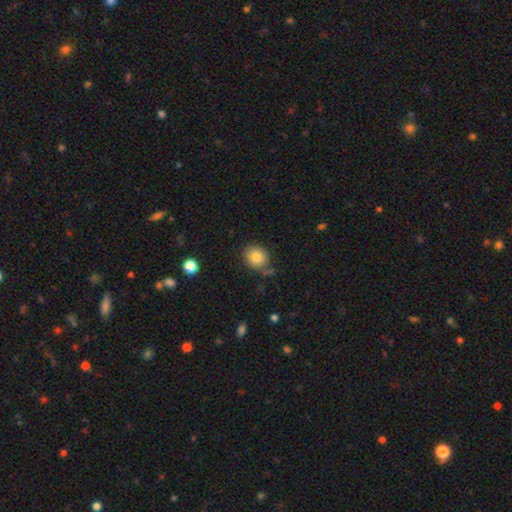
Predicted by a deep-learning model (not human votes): This appears to be a smooth galaxy with no disk features (84%) that is round (72%). Merging: none (75%).